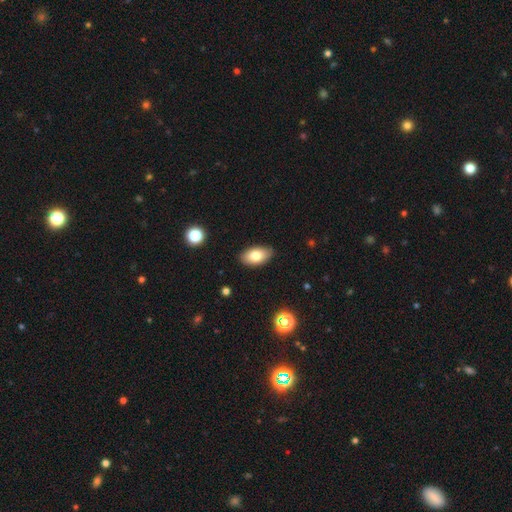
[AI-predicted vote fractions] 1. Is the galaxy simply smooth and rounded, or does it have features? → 79% smooth, 14% featured or disk, 8% star or artifact.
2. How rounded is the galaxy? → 93% in between, 5% round, 2% cigar-shaped.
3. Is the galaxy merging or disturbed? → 86% none, 11% minor disturbance, 2% major disturbance, 1% merger.